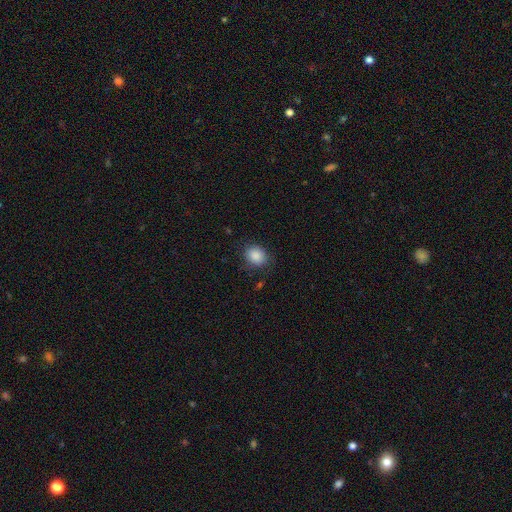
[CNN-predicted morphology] The model was most divided on "how rounded": round: 58%, in between: 41%, cigar-shaped: 1%. More confident: smooth or featured — smooth (87%); merging — none (79%).